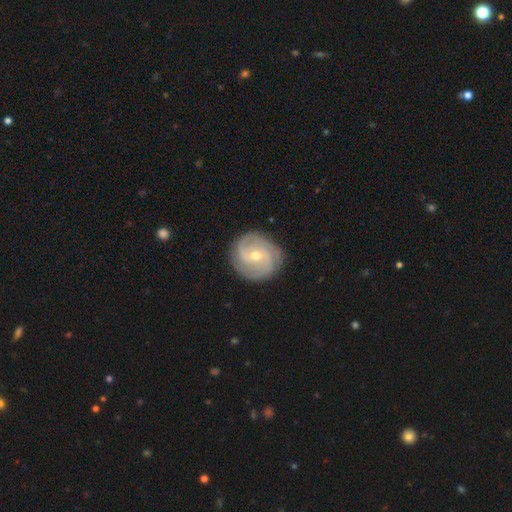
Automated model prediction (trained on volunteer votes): A featured or disk galaxy (85%) with no bar (50%), 3 (35%) tight (57%) spiral arms (96%) and a small central bulge (52%). Merging: none (85%).